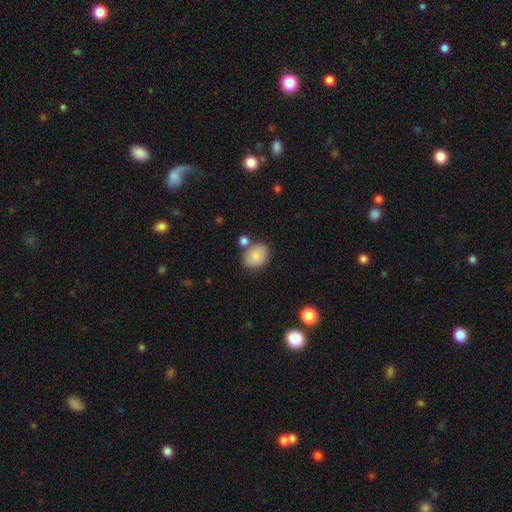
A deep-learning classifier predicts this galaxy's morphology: smooth 83%, featured or disk 9%, star or artifact 8%. Down the decision tree: how rounded — in between (59%); merging — none (69%).